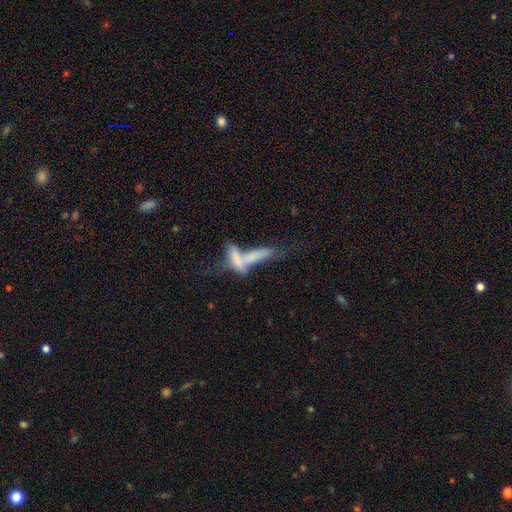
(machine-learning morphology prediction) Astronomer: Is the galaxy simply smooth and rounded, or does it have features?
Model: smooth — 65%.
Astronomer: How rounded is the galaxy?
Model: cigar-shaped — 57% (runner-up: in between, 40%).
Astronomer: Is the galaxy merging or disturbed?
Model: merger — 67%.